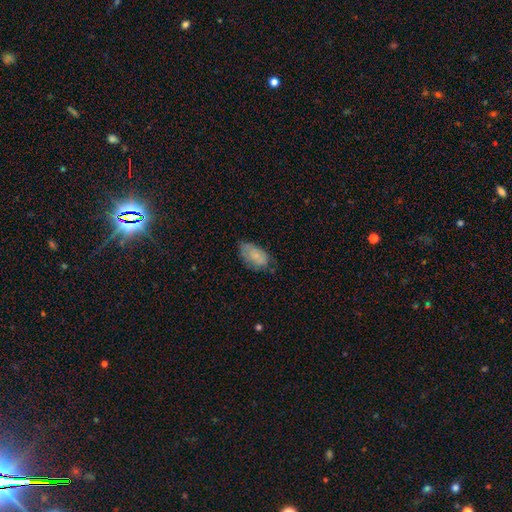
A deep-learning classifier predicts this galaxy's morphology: A smooth galaxy with no disk features (69%) that is in between round and cigar-shaped (93%). Merging: none (55%).